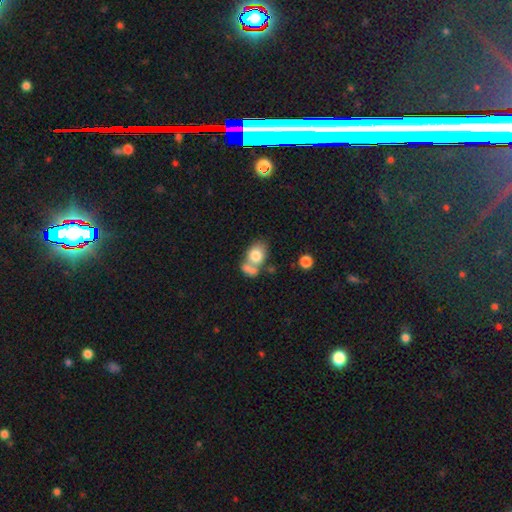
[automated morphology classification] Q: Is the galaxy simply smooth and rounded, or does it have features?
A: smooth — 76%.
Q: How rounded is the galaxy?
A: in between — 65%.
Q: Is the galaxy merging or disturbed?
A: merger — 52%.